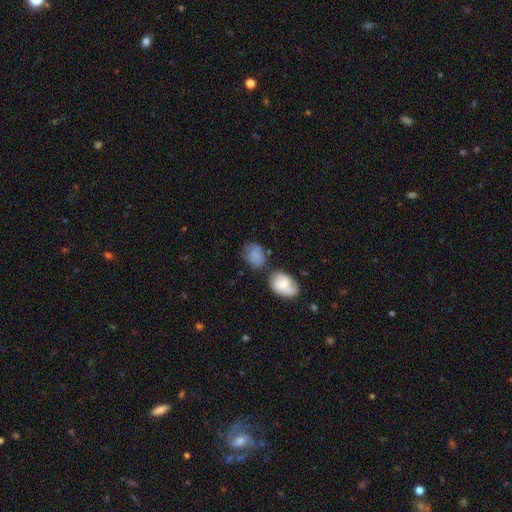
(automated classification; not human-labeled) Smooth or featured? Predicted: smooth (p=0.75). How rounded? Predicted: in between (p=0.58). Merging? Predicted: none (p=0.46).